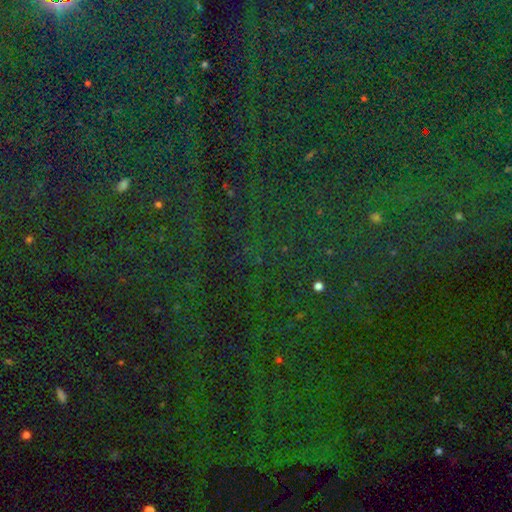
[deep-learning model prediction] This is clearly a star or artifact rather than a galaxy (83%).